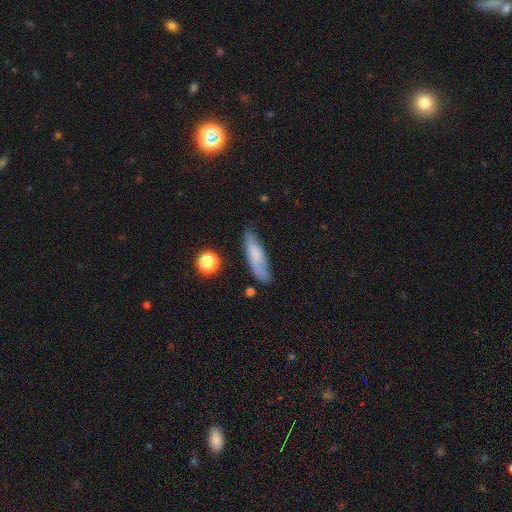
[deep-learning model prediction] Smooth or featured?
  - smooth: 71% *
  - featured or disk: 21%
  - star or artifact: 8%
How rounded?
  - cigar-shaped: 65% *
  - in between: 32%
  - round: 2%
Merging?
  - none: 71% *
  - minor disturbance: 21%
  - major disturbance: 5%
  - merger: 3%